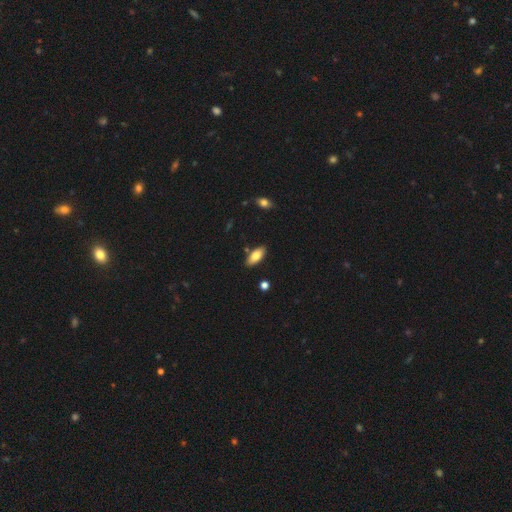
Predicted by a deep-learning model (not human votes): Morphology: type=smooth (80%); roundness=in between (86%); merging=none (85%).